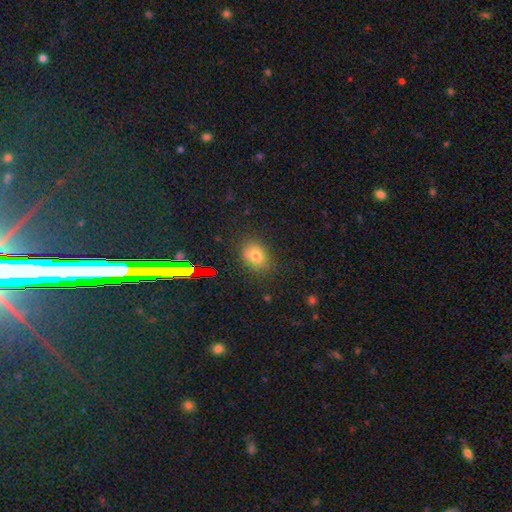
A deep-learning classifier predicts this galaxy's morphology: Smooth or featured?
  - smooth: 72% *
  - star or artifact: 18%
  - featured or disk: 11%
How rounded?
  - in between: 53% *
  - round: 45%
  - cigar-shaped: 1%
Merging?
  - none: 72% *
  - minor disturbance: 18%
  - major disturbance: 6%
  - merger: 4%